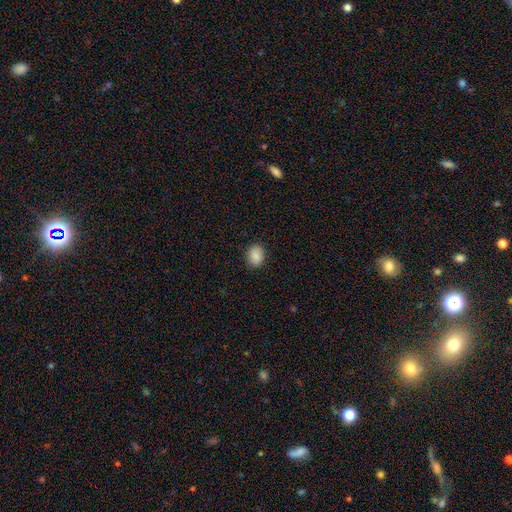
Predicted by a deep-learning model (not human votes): smooth_or_featured: smooth (p=0.88) [alt: star or artifact p=0.08]
how_rounded: in between (p=0.58) [alt: round p=0.41]
merging: none (p=0.86) [alt: minor disturbance p=0.10]